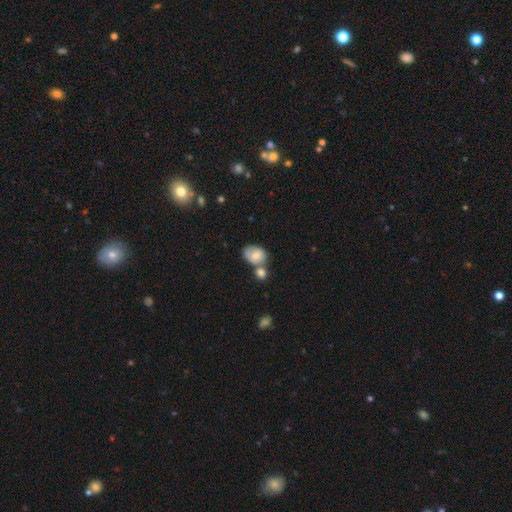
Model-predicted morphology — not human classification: This is likely a smooth galaxy (70%). How rounded: likely in between (68%). Merging: marginally merger (45%).